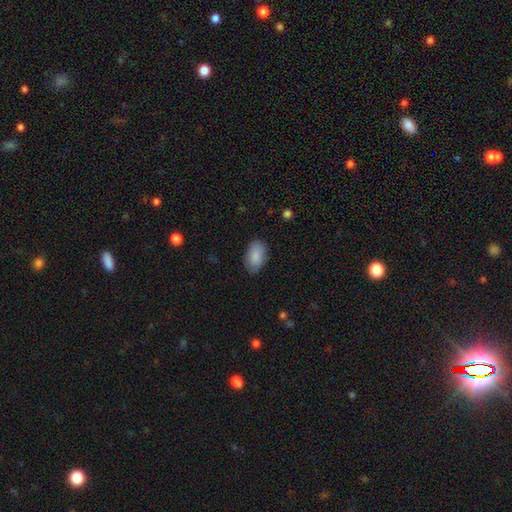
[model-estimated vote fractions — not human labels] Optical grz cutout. It shows a smooth galaxy with no disk features (88%) that is in between round and cigar-shaped (93%). Merging: none (82%).